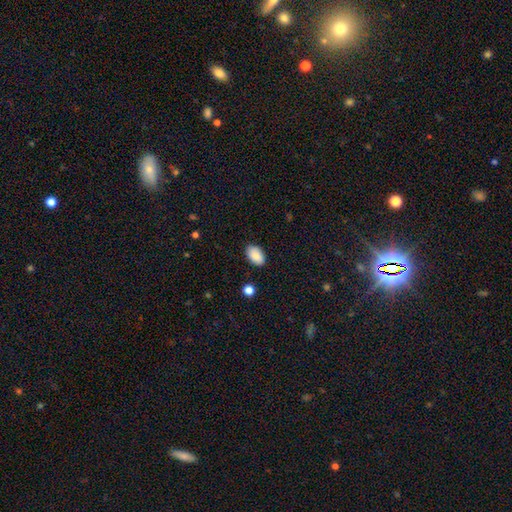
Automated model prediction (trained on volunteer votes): smooth-or-featured: smooth: 87% | star or artifact: 7% | featured or disk: 6%
  how-rounded: in between: 91% | round: 7% | cigar-shaped: 1%
  merging: none: 87% | minor disturbance: 10% | major disturbance: 2% | merger: 1%